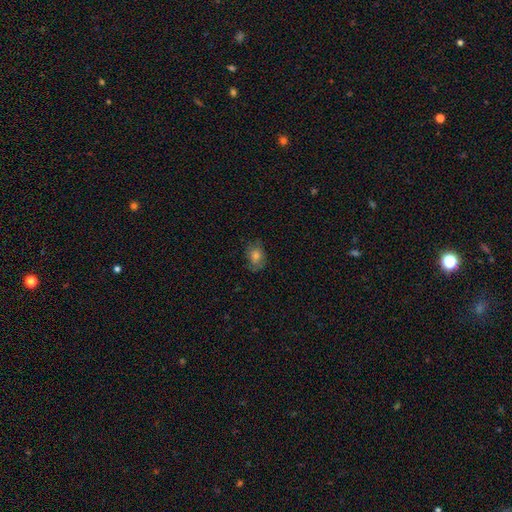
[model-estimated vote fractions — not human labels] A smooth galaxy with no disk features (66%) that is in between round and cigar-shaped (59%).

Vote fractions:
- Smooth or featured? smooth: 66% / featured or disk: 20% / star or artifact: 15%
- How rounded? in between: 59% / round: 40% / cigar-shaped: 1%
- Merging? none: 72% / minor disturbance: 20% / major disturbance: 7% / merger: 1%